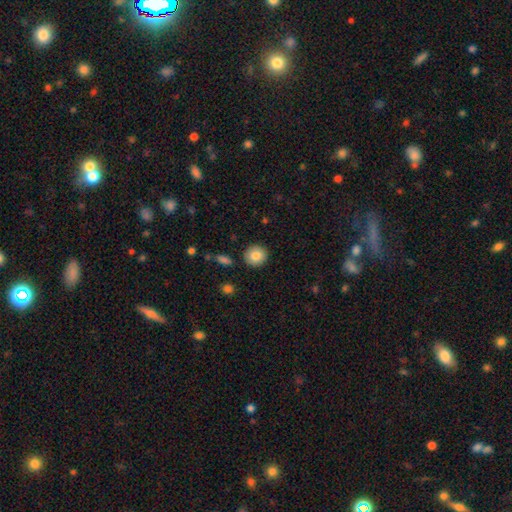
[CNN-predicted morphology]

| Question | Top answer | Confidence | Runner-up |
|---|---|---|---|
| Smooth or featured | smooth | 84% | featured or disk (8%) |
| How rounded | round | 90% | in between (9%) |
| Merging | none | 90% | minor disturbance (7%) |